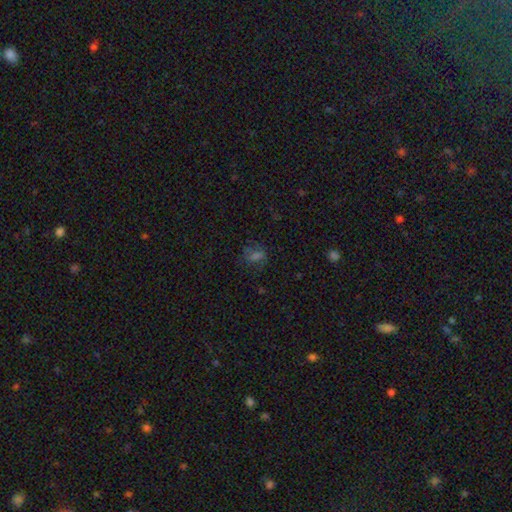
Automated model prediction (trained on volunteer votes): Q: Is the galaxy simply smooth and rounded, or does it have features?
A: smooth — 48%.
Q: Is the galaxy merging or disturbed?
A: none — 69%.